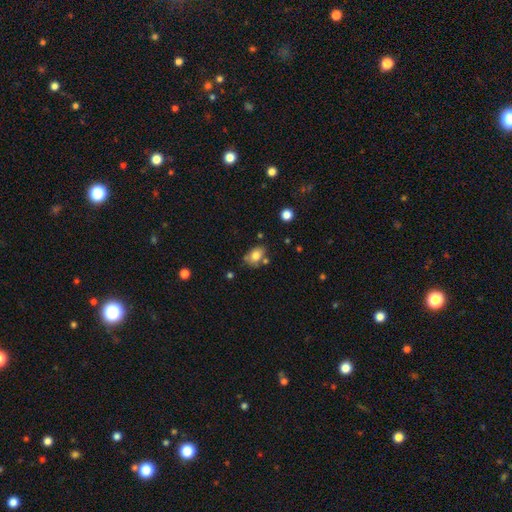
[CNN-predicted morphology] Smooth or featured? smooth (78%)
How rounded? in between (75%)
Merging? none (61%)